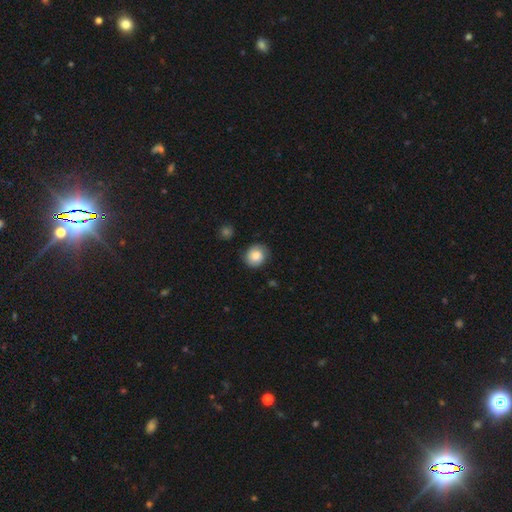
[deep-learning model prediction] Morphology: type=smooth (78%); roundness=round (78%); merging=none (83%).